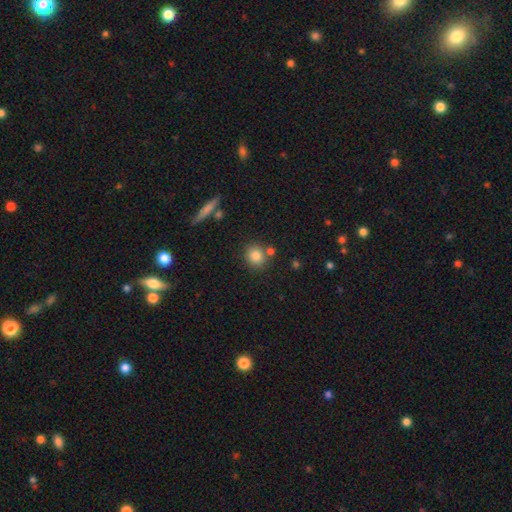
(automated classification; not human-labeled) A smooth galaxy with no disk features (83%) that is round (84%). Merging: none (74%).